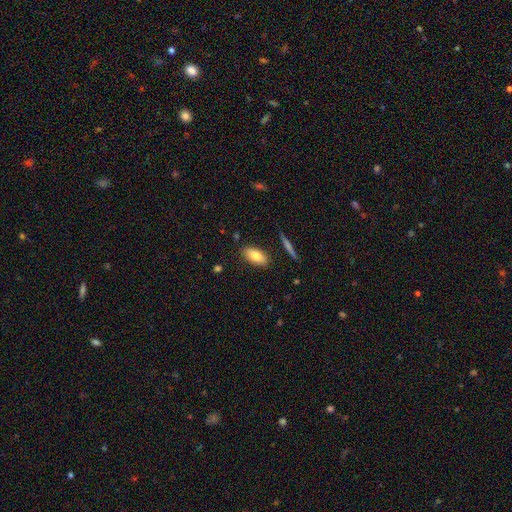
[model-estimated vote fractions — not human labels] Smooth or featured? smooth (77%)
How rounded? in between (87%)
Merging? none (85%)